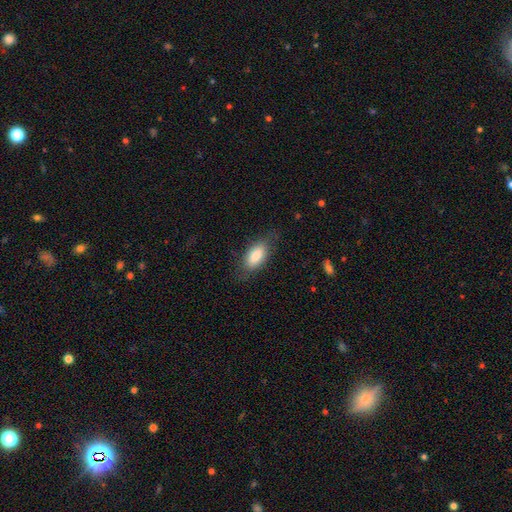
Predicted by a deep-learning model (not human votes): Smooth or featured? smooth (84%)
How rounded? in between (89%)
Merging? none (74%)